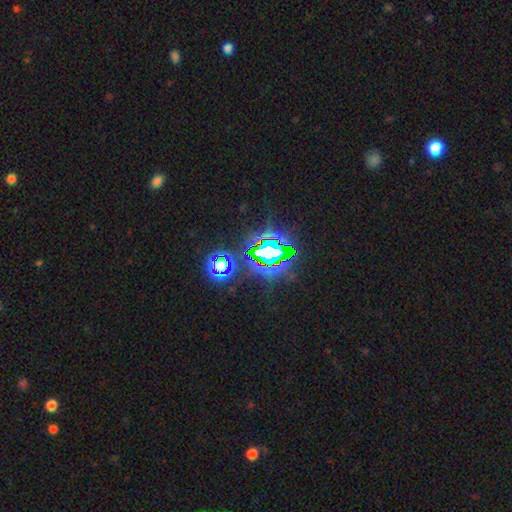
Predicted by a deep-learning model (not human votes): Q: Smooth or featured?
A: star or artifact (82%); runner-up: smooth (11%)